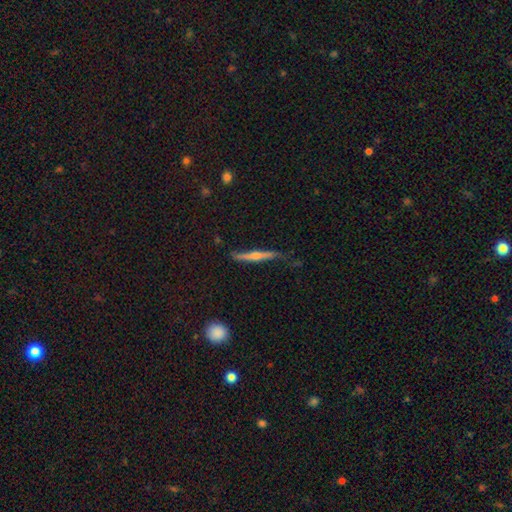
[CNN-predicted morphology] Overall: featured or disk (57%; smooth 36%). Edge-on disk: yes (94%). Edge-on bulge: rounded (76%). Merging: none (66%).